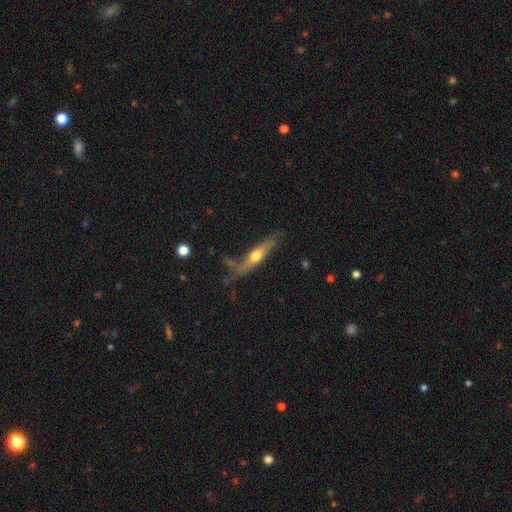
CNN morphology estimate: A featured or disk galaxy (57%) viewed edge-on (86%). Merging: none (60%).